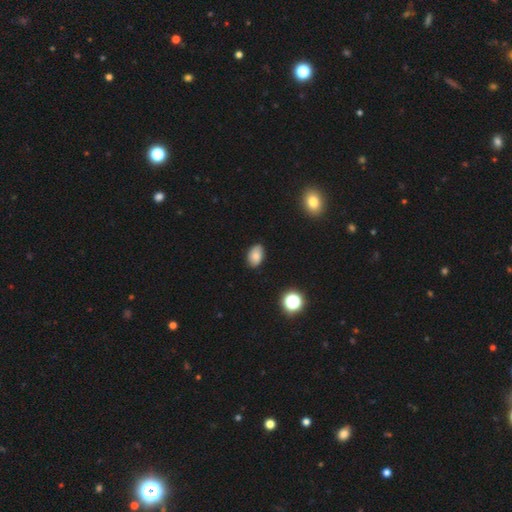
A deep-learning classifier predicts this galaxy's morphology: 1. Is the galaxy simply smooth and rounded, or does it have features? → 79% smooth, 11% star or artifact, 10% featured or disk.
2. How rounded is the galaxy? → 87% in between, 12% round, 1% cigar-shaped.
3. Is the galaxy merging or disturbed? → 83% none, 13% minor disturbance, 2% major disturbance, 1% merger.